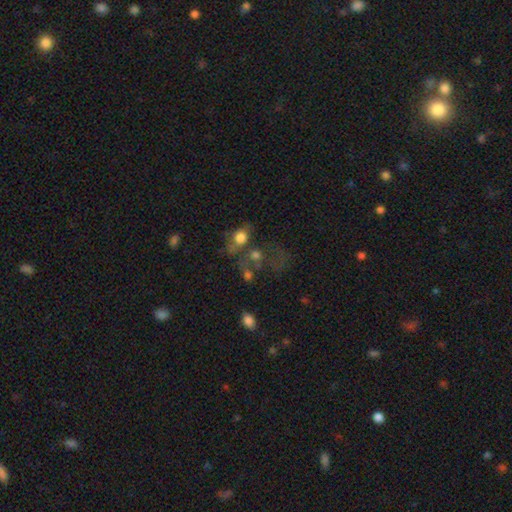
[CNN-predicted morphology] A smooth galaxy with no disk features (48%).

Vote fractions:
- Smooth or featured? smooth: 48% / featured or disk: 27% / star or artifact: 25%
- Merging? none: 33% / merger: 32% / major disturbance: 23% / minor disturbance: 12%